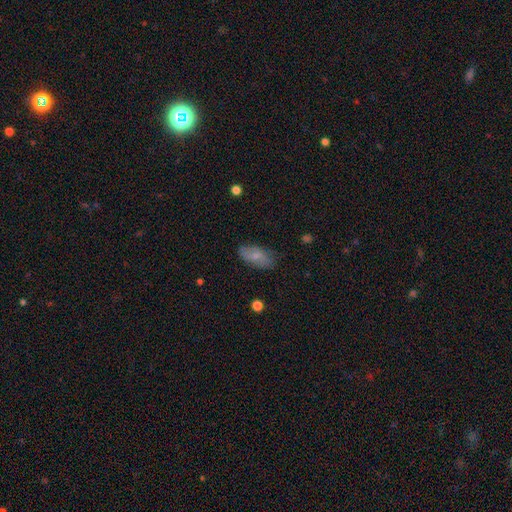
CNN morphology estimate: Smooth or featured: smooth — 69% (featured or disk — 25%)
How rounded: in between — 91% (cigar-shaped — 6%)
Merging: none — 76% (minor disturbance — 19%)